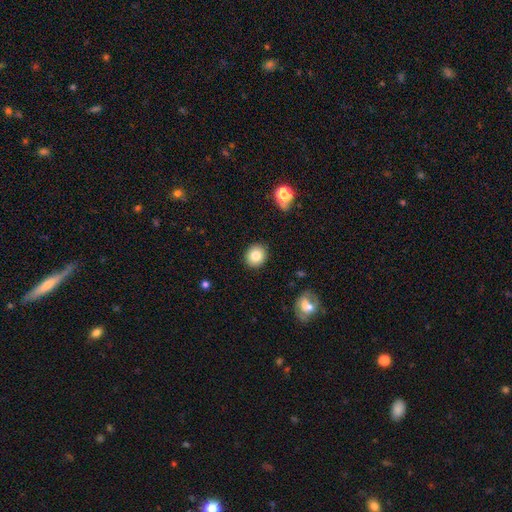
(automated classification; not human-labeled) Q: Smooth or featured?
A: smooth (82%); runner-up: star or artifact (9%)
Q: How rounded?
A: round (77%); runner-up: in between (22%)
Q: Merging?
A: none (90%); runner-up: minor disturbance (7%)